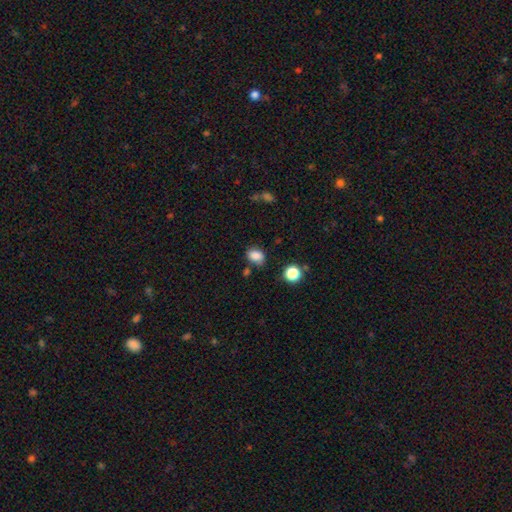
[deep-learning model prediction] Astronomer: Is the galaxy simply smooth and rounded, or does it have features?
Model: smooth — 84%.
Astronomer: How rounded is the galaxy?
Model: in between — 69%.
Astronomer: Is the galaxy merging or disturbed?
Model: none — 70%.